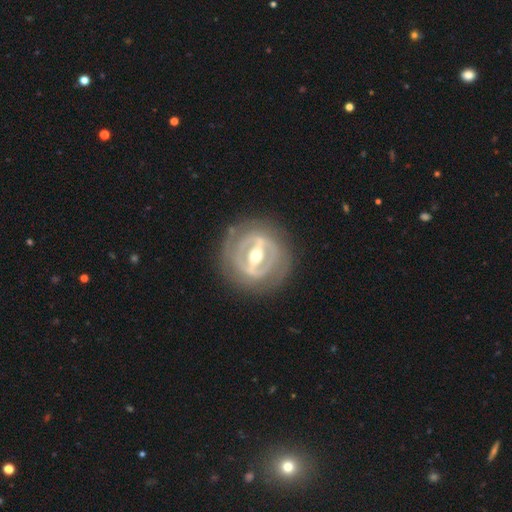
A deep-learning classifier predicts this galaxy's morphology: smooth_or_featured: featured or disk (p=0.82) [alt: smooth p=0.13]
disk_edge_on: no (p=0.91) [alt: yes p=0.09]
bar: strong (p=0.71) [alt: weak p=0.20]
has_spiral_arms: no (p=0.62) [alt: yes p=0.38]
bulge_size: moderate (p=0.66) [alt: small p=0.27]
merging: none (p=0.82) [alt: minor disturbance p=0.11]